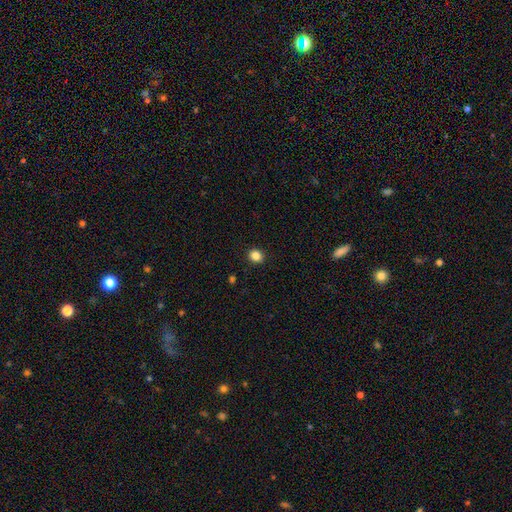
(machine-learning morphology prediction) Smooth or featured: smooth — 85% (star or artifact — 11%)
How rounded: round — 81% (in between — 18%)
Merging: none — 92% (minor disturbance — 5%)